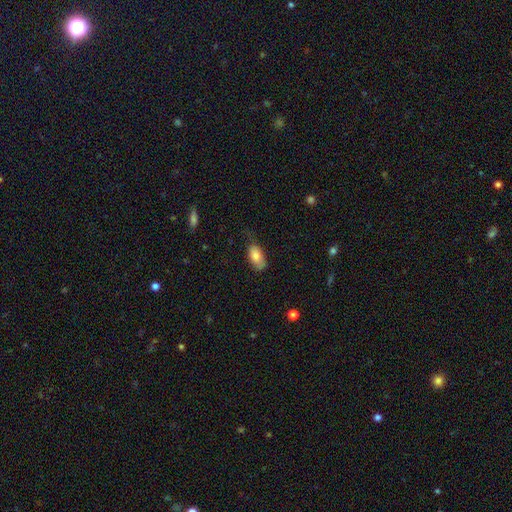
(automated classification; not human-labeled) smooth-or-featured: smooth: 80% | featured or disk: 14% | star or artifact: 7%
  how-rounded: in between: 92% | cigar-shaped: 5% | round: 3%
  merging: none: 55% | minor disturbance: 32% | major disturbance: 11% | merger: 2%